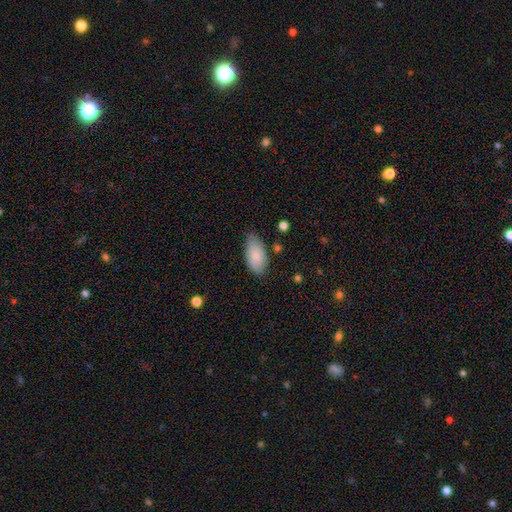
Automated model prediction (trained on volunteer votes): This is clearly a smooth galaxy (86%). How rounded: clearly in between (94%). Merging: likely none (71%).